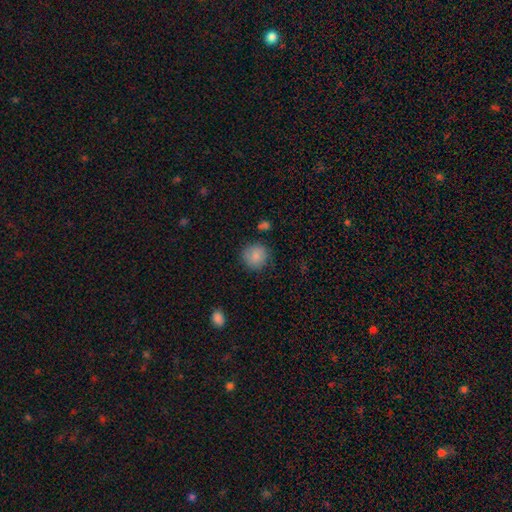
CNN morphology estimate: This appears to be a smooth galaxy with no disk features (84%) that is round (90%). Merging: none (81%).